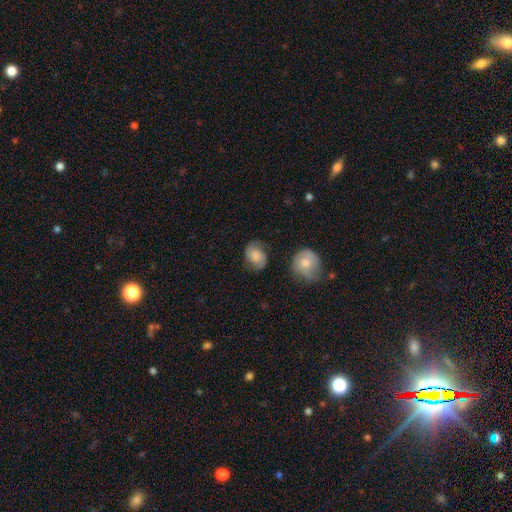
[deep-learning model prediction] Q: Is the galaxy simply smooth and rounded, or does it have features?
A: featured or disk — 50%.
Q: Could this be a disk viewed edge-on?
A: no — 97%.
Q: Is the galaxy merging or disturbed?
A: none — 68%.